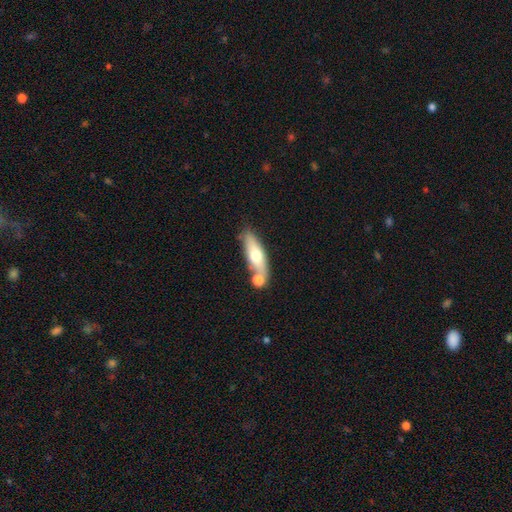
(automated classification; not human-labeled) Smooth or featured? smooth (59%)
How rounded? cigar-shaped (52%)
Merging? none (61%)